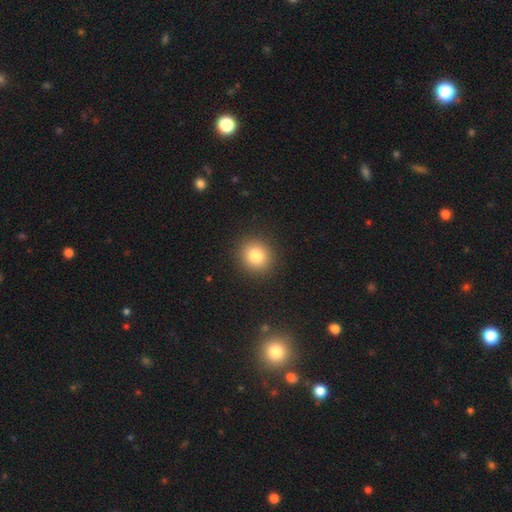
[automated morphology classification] smooth-or-featured: smooth: 83% | star or artifact: 10% | featured or disk: 6%
  how-rounded: round: 85% | in between: 14% | cigar-shaped: 1%
  merging: none: 90% | minor disturbance: 6% | major disturbance: 2% | merger: 1%